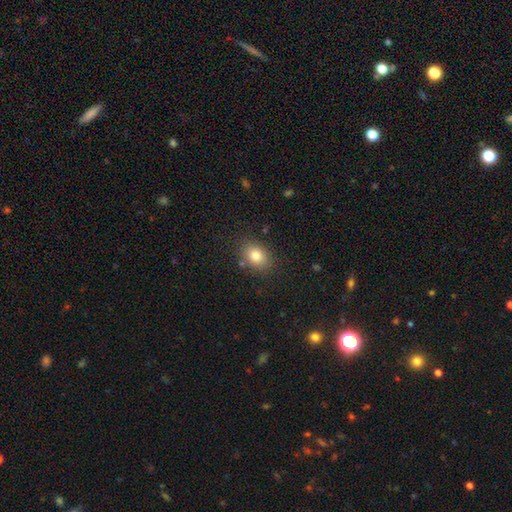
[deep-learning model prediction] A smooth galaxy with no disk features (80%) that is in between round and cigar-shaped (64%). Merging: none (83%).